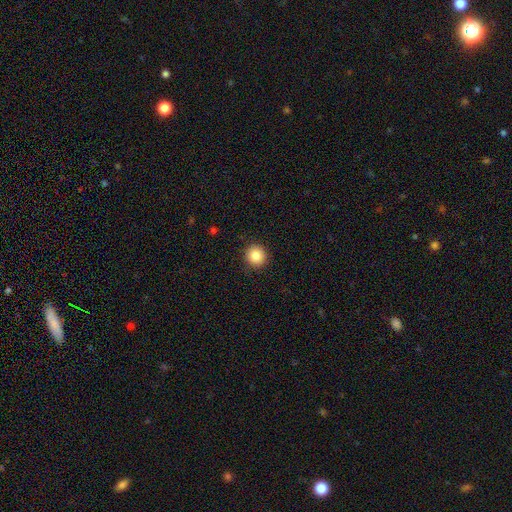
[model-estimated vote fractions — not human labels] smooth_or_featured: smooth (p=0.86) [alt: star or artifact p=0.09]
how_rounded: round (p=0.93) [alt: in between p=0.06]
merging: none (p=0.90) [alt: minor disturbance p=0.07]